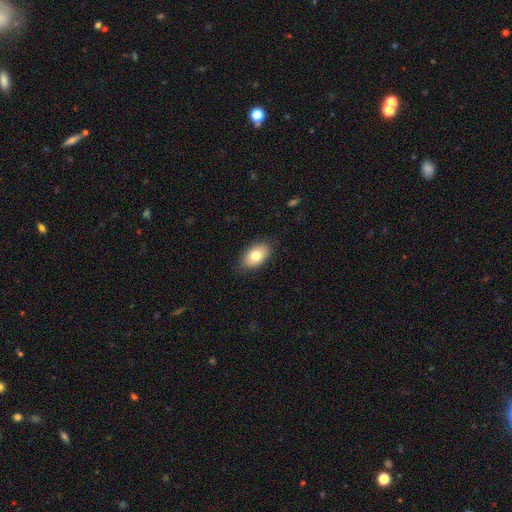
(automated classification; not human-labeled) smooth-or-featured: smooth: 77% | featured or disk: 16% | star or artifact: 8%
  how-rounded: in between: 90% | round: 8% | cigar-shaped: 1%
  merging: none: 85% | minor disturbance: 11% | major disturbance: 3% | merger: 1%